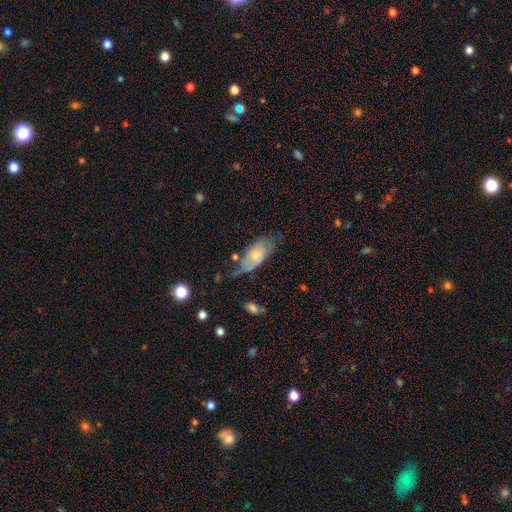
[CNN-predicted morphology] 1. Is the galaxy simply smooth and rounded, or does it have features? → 51% smooth, 42% featured or disk, 7% star or artifact.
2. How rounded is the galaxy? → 89% in between, 8% cigar-shaped, 4% round.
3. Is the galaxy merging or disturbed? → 39% none, 33% minor disturbance, 20% major disturbance, 7% merger.